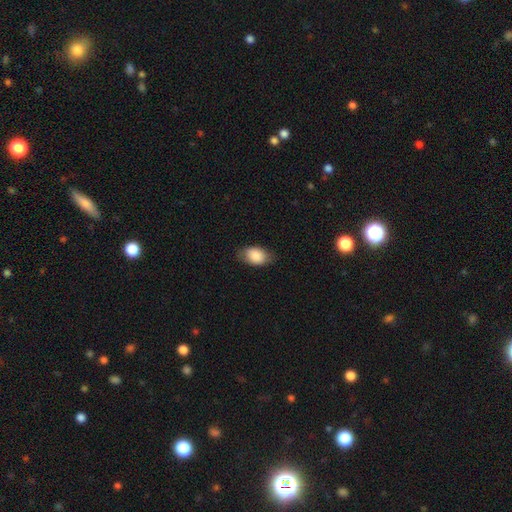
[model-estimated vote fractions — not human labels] This is clearly a smooth galaxy (86%). How rounded: clearly in between (87%). Merging: likely none (76%).